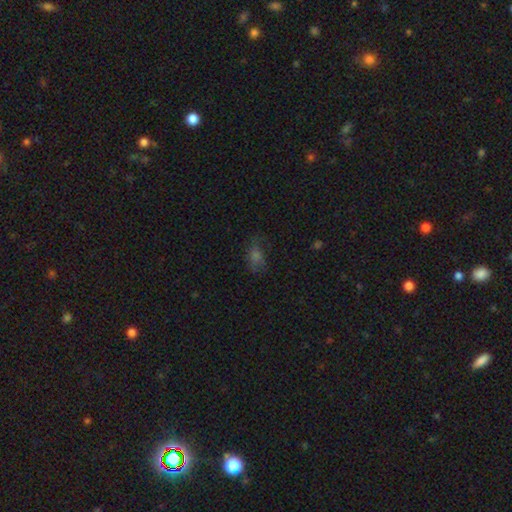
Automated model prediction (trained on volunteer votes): A smooth galaxy with no disk features (52%) that is in between round and cigar-shaped (76%). Merging: none (64%).